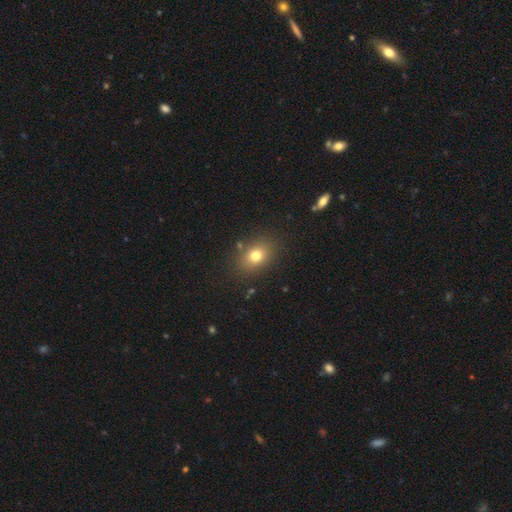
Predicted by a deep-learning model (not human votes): smooth-or-featured: smooth: 75% | star or artifact: 13% | featured or disk: 12%
  how-rounded: in between: 64% | round: 34% | cigar-shaped: 1%
  merging: none: 83% | minor disturbance: 10% | major disturbance: 4% | merger: 3%